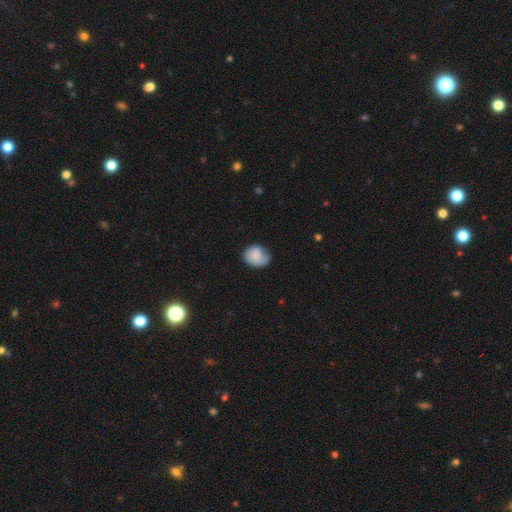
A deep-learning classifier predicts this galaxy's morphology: Q: Smooth or featured?
A: smooth (79%); runner-up: featured or disk (13%)
Q: How rounded?
A: round (56%); runner-up: in between (43%)
Q: Merging?
A: none (45%); runner-up: minor disturbance (37%)